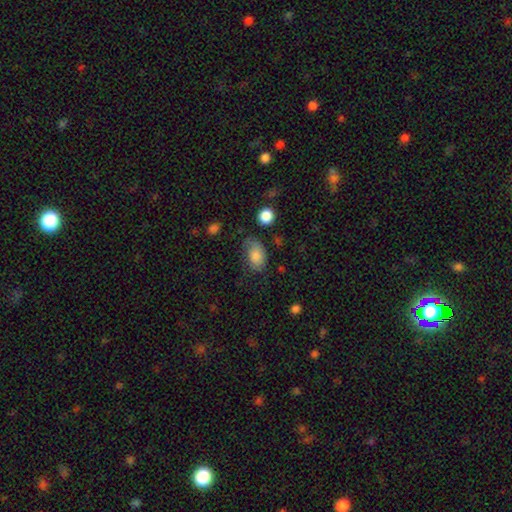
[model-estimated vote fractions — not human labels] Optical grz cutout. It shows a smooth galaxy with no disk features (81%) that is in between round and cigar-shaped (88%). Merging: none (52%).